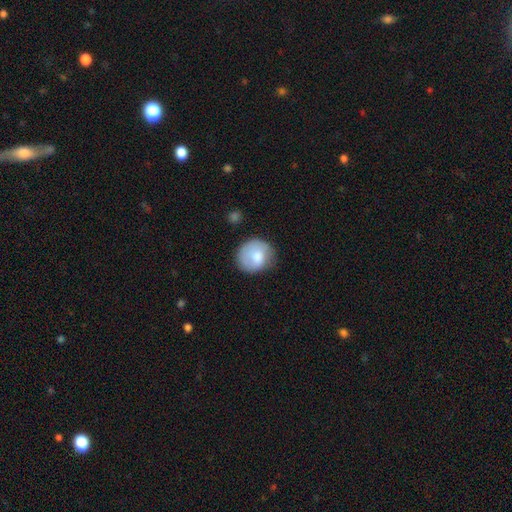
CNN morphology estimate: This appears to be a smooth galaxy with no disk features (75%) that is round (80%). Merging: none (63%).